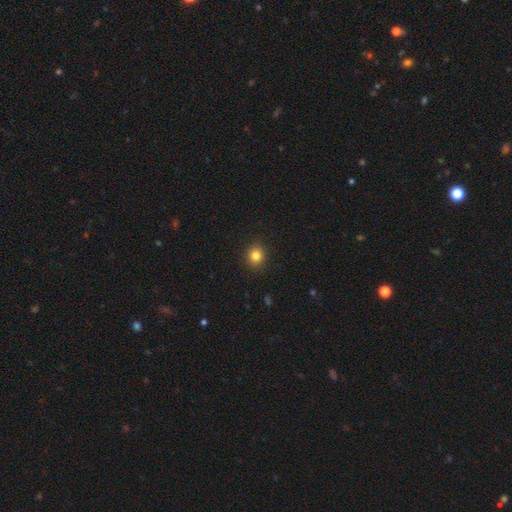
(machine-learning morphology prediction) smooth_or_featured: smooth (p=0.83) [alt: star or artifact p=0.12]
how_rounded: round (p=0.84) [alt: in between p=0.15]
merging: none (p=0.91) [alt: minor disturbance p=0.06]